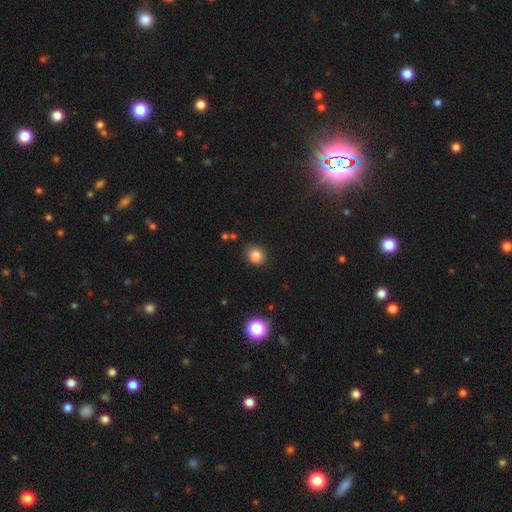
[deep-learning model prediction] This appears to be a smooth galaxy with no disk features (84%) that is round (67%). Merging: none (82%).